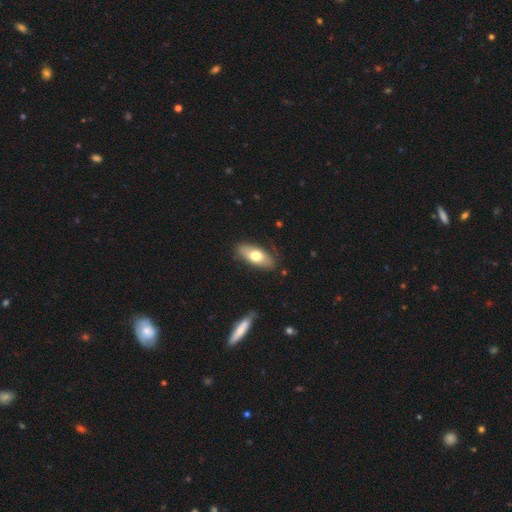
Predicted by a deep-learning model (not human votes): This is likely a smooth galaxy (65%). How rounded: likely in between (79%). Merging: clearly none (82%).